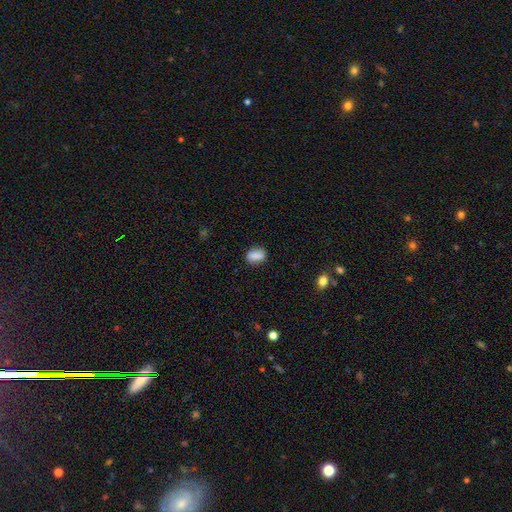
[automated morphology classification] Smooth or featured? smooth (82%)
How rounded? in between (73%)
Merging? none (82%)